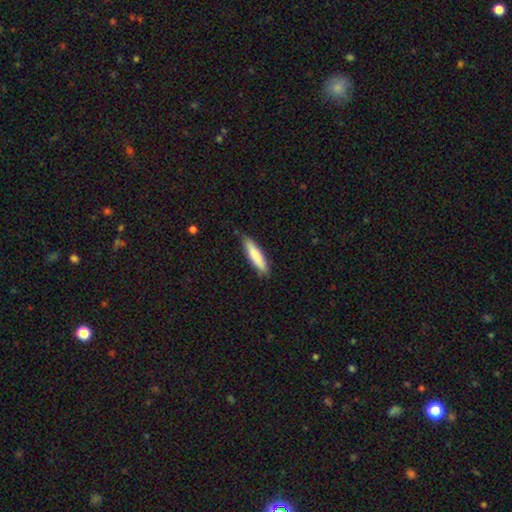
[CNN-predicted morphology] This is clearly a smooth galaxy (82%). How rounded: likely cigar-shaped (79%). Merging: clearly none (84%).